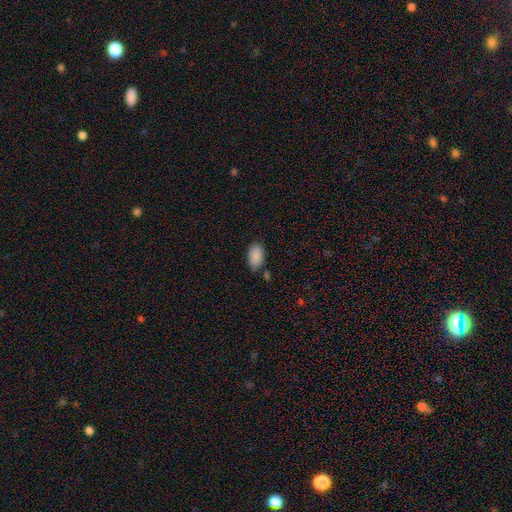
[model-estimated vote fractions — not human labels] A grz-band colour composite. It shows a smooth galaxy with no disk features (89%) that is in between round and cigar-shaped (95%). Merging: none (76%).